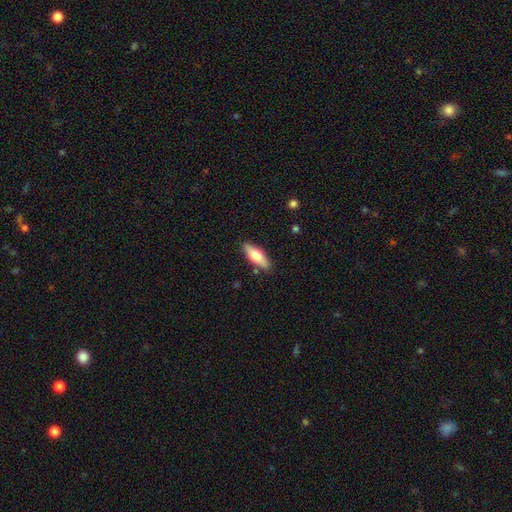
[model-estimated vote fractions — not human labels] Q: Smooth or featured?
A: smooth (62%); runner-up: featured or disk (32%)
Q: How rounded?
A: in between (61%); runner-up: cigar-shaped (36%)
Q: Merging?
A: none (86%); runner-up: minor disturbance (10%)